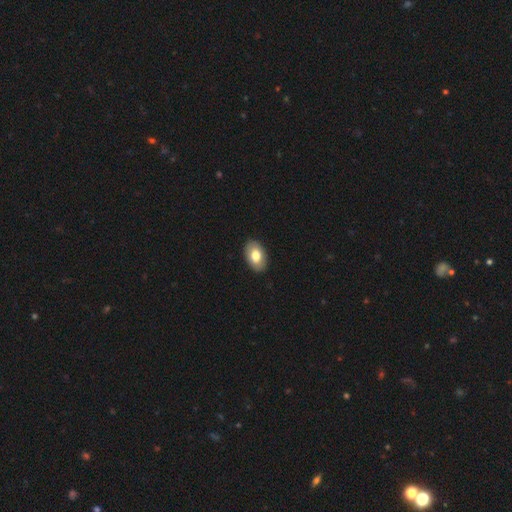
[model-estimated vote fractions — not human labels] A smooth galaxy with no disk features (76%) that is in between round and cigar-shaped (92%).

Vote fractions:
- Smooth or featured? smooth: 76% / featured or disk: 17% / star or artifact: 6%
- How rounded? in between: 92% / round: 7% / cigar-shaped: 1%
- Merging? none: 90% / minor disturbance: 7% / major disturbance: 2% / merger: 1%